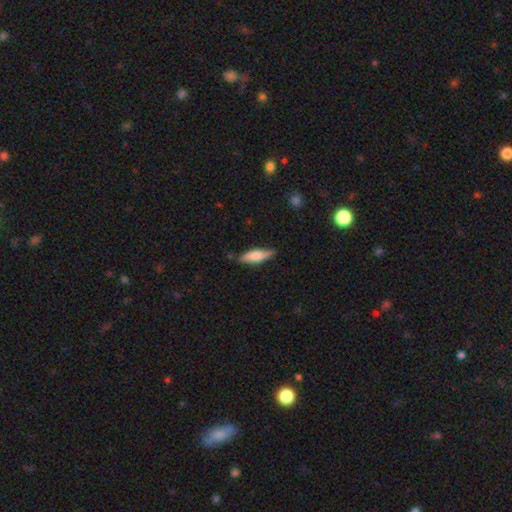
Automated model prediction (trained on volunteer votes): Smooth or featured?
  - smooth: 73% *
  - featured or disk: 21%
  - star or artifact: 6%
How rounded?
  - cigar-shaped: 53% *
  - in between: 45%
  - round: 2%
Merging?
  - none: 79% *
  - minor disturbance: 16%
  - major disturbance: 3%
  - merger: 2%